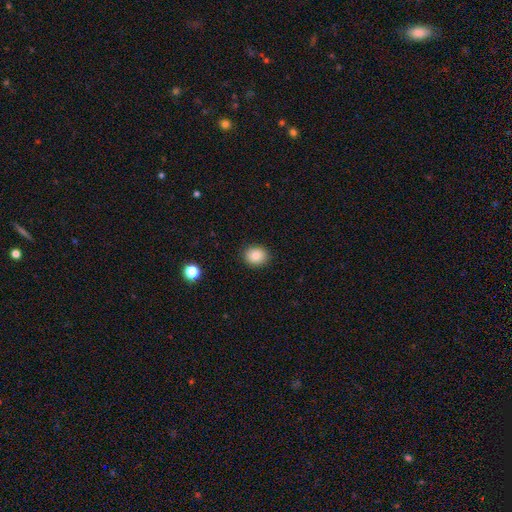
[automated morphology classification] Smooth or featured?
  - smooth: 85% *
  - star or artifact: 9%
  - featured or disk: 6%
How rounded?
  - round: 70% *
  - in between: 29%
  - cigar-shaped: 1%
Merging?
  - none: 90% *
  - minor disturbance: 7%
  - major disturbance: 2%
  - merger: 1%